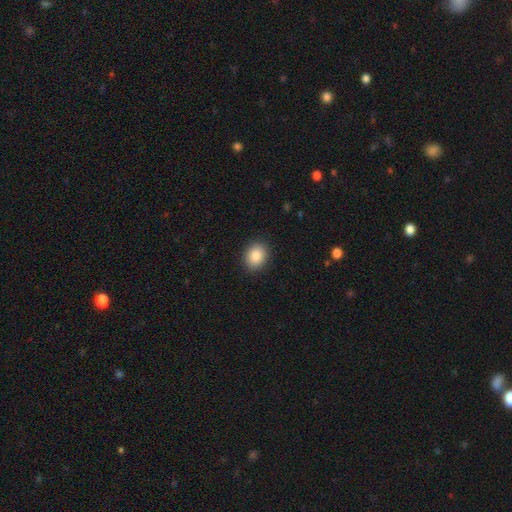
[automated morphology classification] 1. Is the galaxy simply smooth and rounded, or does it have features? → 88% smooth, 8% star or artifact, 5% featured or disk.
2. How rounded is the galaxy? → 54% in between, 45% round, 1% cigar-shaped.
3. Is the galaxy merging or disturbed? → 90% none, 7% minor disturbance, 2% major disturbance, 1% merger.